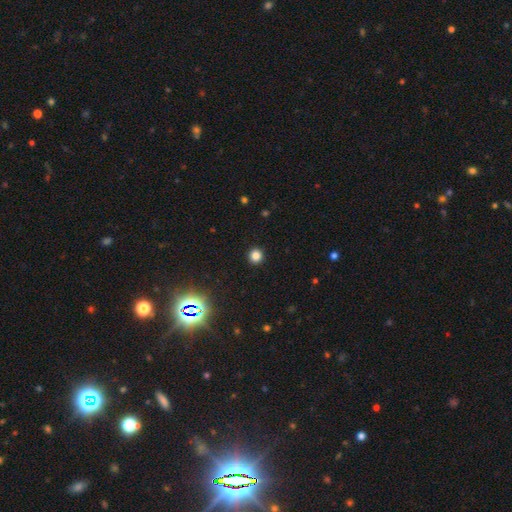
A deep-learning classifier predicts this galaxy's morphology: smooth 81%, star or artifact 14%, featured or disk 4%. Down the decision tree: how rounded — round (94%); merging — none (93%).